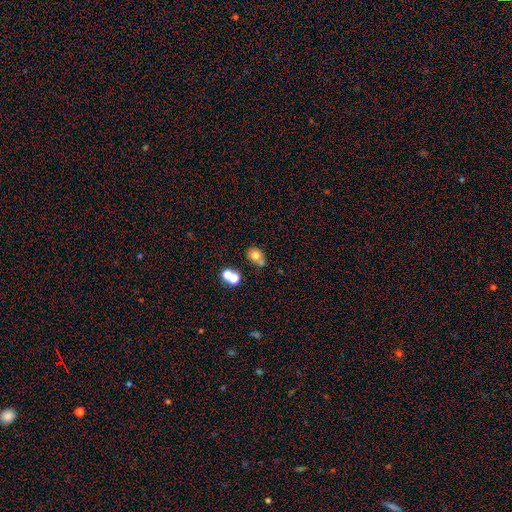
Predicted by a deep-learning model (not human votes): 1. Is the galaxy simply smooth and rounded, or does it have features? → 72% smooth, 14% star or artifact, 14% featured or disk.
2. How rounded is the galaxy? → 63% round, 36% in between, 1% cigar-shaped.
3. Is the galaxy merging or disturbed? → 49% none, 33% merger, 13% minor disturbance, 5% major disturbance.